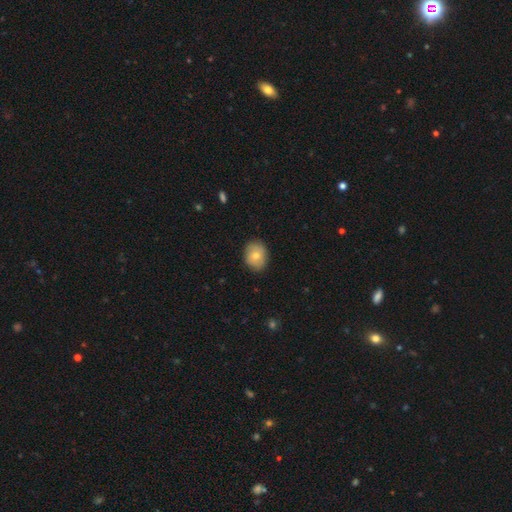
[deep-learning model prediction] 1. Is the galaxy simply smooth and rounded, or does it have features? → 72% smooth, 20% featured or disk, 8% star or artifact.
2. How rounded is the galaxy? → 50% round, 49% in between, 1% cigar-shaped.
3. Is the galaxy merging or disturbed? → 84% none, 12% minor disturbance, 2% major disturbance, 1% merger.